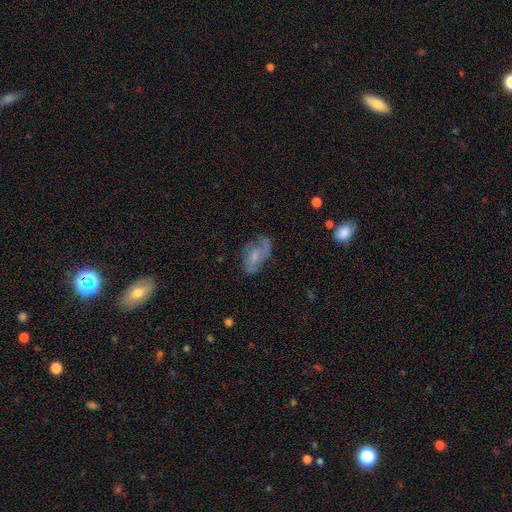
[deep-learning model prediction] The model was most divided on "smooth or featured": featured or disk: 56%, smooth: 35%, star or artifact: 10%. Remaining: edge-on disk — no (95%); spiral arms — yes (71%); bar — no (63%); bulge size — small (50%); merging — none (48%).